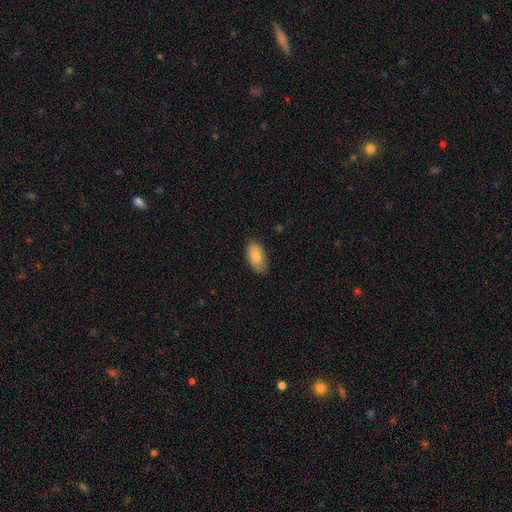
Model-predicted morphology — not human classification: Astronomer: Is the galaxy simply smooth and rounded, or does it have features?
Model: smooth — 82%.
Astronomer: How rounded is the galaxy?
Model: in between — 94%.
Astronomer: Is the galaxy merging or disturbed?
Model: none — 78%.